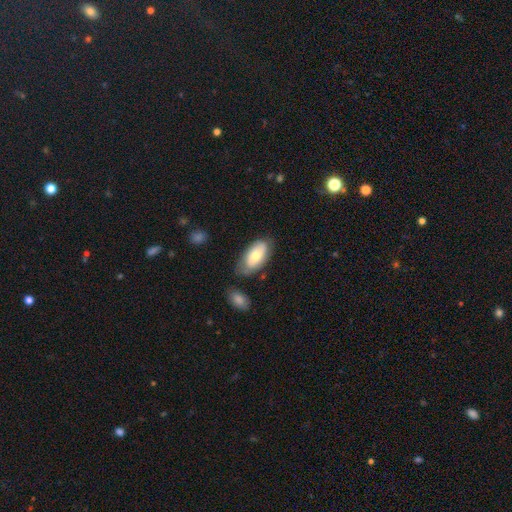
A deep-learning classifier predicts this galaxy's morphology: The model was most divided on "merging": none: 64%, minor disturbance: 23%, merger: 6%, major disturbance: 6%. More confident: how rounded — in between (93%); smooth or featured — smooth (70%).